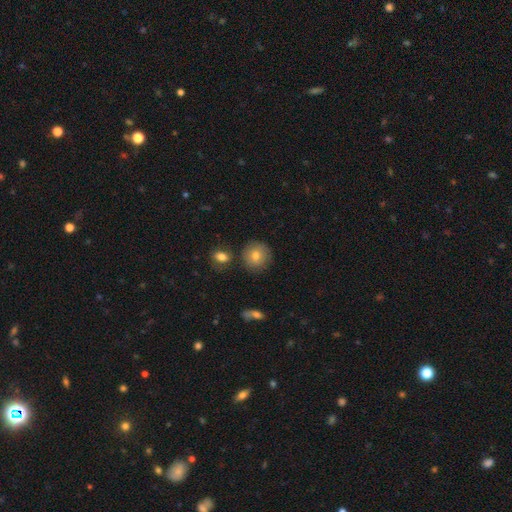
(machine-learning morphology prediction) This appears to be a smooth galaxy with no disk features (78%) that is round (92%). Merging: none (82%).